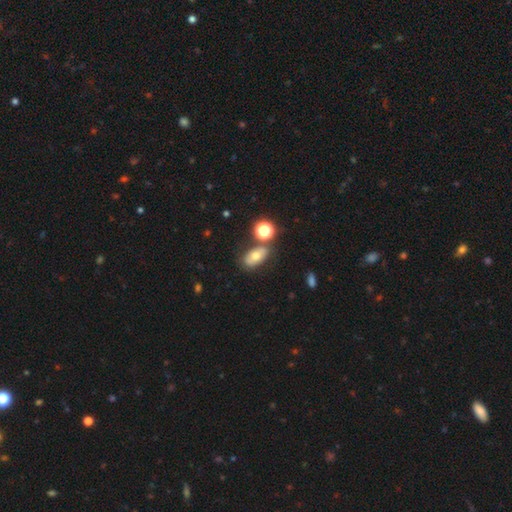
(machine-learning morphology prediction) This is likely a smooth galaxy (65%). How rounded: clearly in between (82%). Merging: likely none (68%).